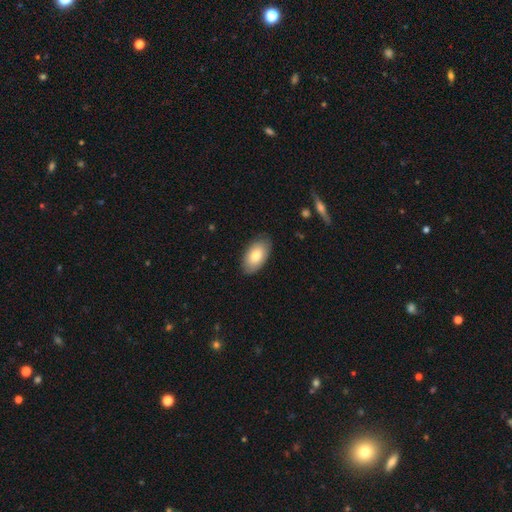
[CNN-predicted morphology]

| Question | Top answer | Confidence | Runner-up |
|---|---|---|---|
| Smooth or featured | smooth | 79% | featured or disk (15%) |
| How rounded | in between | 95% | round (3%) |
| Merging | none | 84% | minor disturbance (13%) |